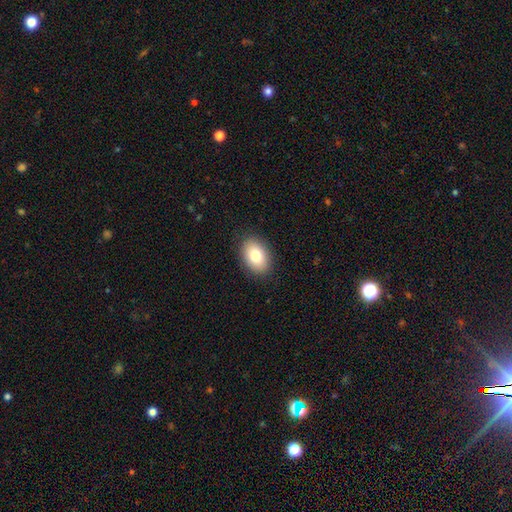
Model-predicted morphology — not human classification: Smooth or featured?
  - smooth: 80% *
  - featured or disk: 11%
  - star or artifact: 8%
How rounded?
  - in between: 83% *
  - round: 16%
  - cigar-shaped: 1%
Merging?
  - none: 89% *
  - minor disturbance: 8%
  - major disturbance: 2%
  - merger: 1%